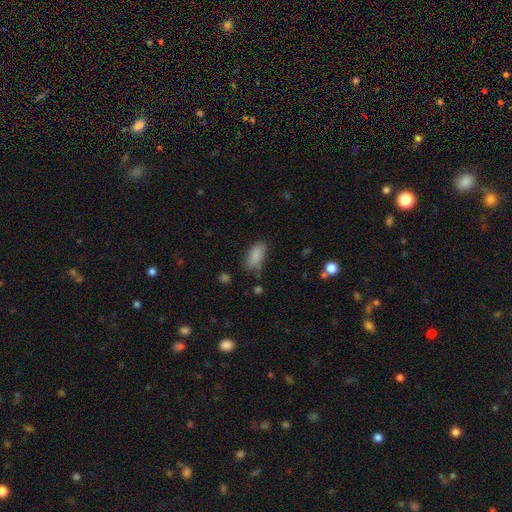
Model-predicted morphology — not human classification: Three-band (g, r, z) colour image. It shows a smooth galaxy with no disk features (86%) that is in between round and cigar-shaped (90%). Merging: none (69%).